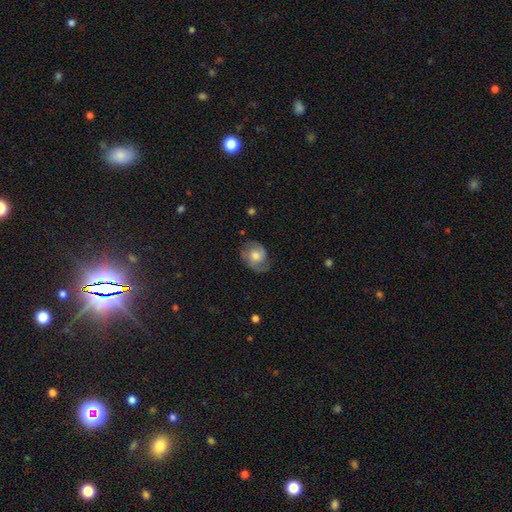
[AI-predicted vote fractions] This appears to be a featured or disk galaxy (55%) with no bar (66%), spiral arms (84%) and a moderate central bulge (60%). Merging: none (63%).